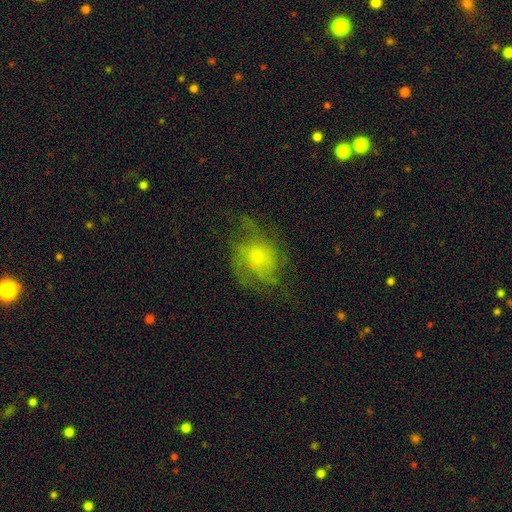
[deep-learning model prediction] Smooth or featured: featured or disk — 59% (smooth — 22%)
Edge-on disk: no — 96% (yes — 4%)
Bar: no — 76% (weak — 21%)
Spiral arms: yes — 88% (no — 12%)
Spiral winding: medium — 44% (tight — 35%)
Spiral arm count: 2 — 33% (can't tell — 32%)
Bulge size: small — 50% (moderate — 34%)
Merging: none — 68% (minor disturbance — 18%)